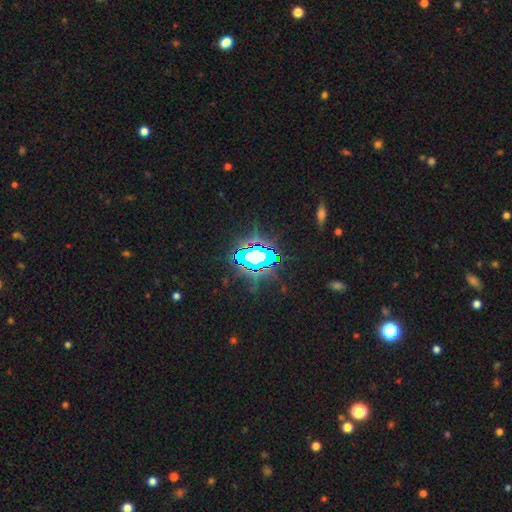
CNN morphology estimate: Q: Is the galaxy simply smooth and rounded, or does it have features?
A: star or artifact — 67%.